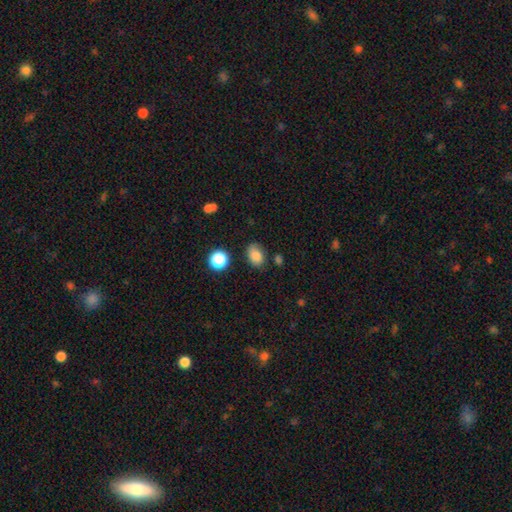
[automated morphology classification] Smooth or featured: smooth — 81% (star or artifact — 11%)
How rounded: in between — 75% (round — 24%)
Merging: none — 73% (minor disturbance — 19%)